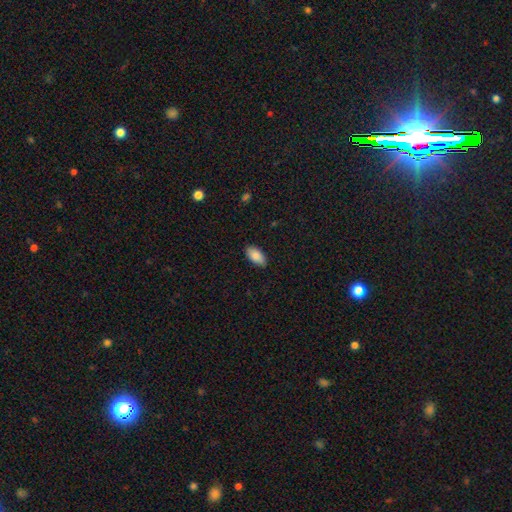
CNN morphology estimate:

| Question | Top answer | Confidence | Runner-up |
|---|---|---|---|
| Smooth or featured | smooth | 87% | star or artifact (7%) |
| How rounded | in between | 94% | cigar-shaped (4%) |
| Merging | none | 84% | minor disturbance (12%) |